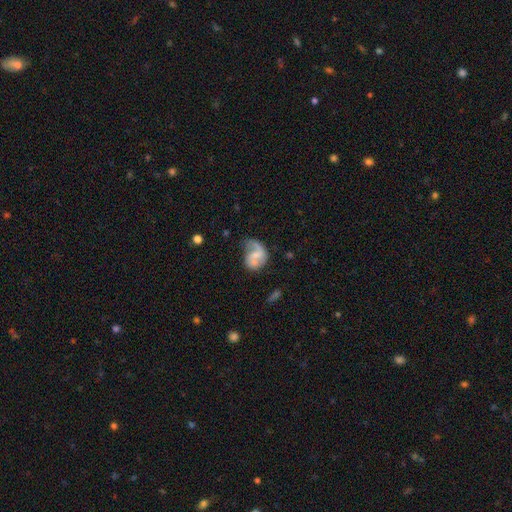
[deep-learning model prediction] This appears to be a featured or disk galaxy (61%) with no bar (45%), spiral arms (82%) and a small central bulge (45%). Merging: none (38%).